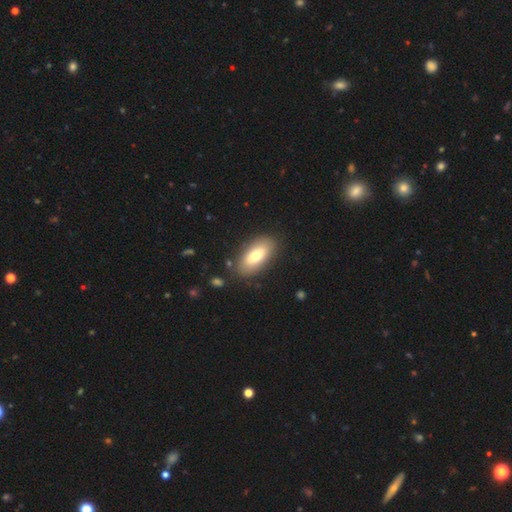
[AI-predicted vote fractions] Overall: smooth (74%). How rounded: in between (90%). Merging: none (86%).